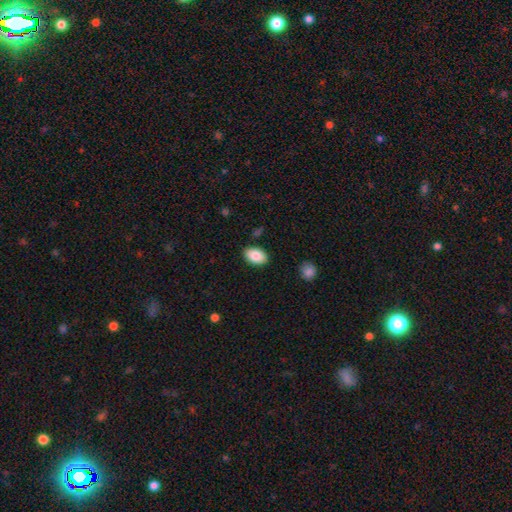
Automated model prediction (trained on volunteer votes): Q: Smooth or featured?
A: smooth (85%); runner-up: featured or disk (8%)
Q: How rounded?
A: in between (89%); runner-up: round (10%)
Q: Merging?
A: none (87%); runner-up: minor disturbance (9%)